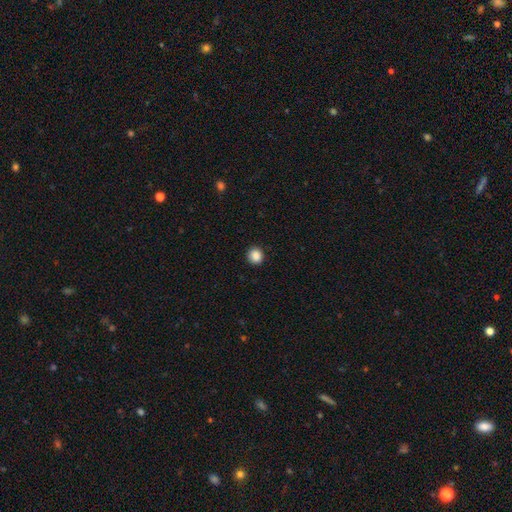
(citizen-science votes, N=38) Smooth or featured? smooth (89%)
How rounded? round (91%)
Merging? none (92%)